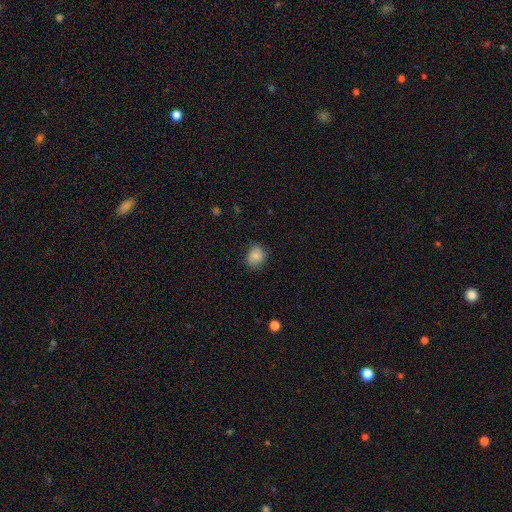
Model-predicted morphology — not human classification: smooth_or_featured: smooth (p=0.84) [alt: star or artifact p=0.09]
how_rounded: round (p=0.65) [alt: in between p=0.34]
merging: none (p=0.78) [alt: minor disturbance p=0.17]